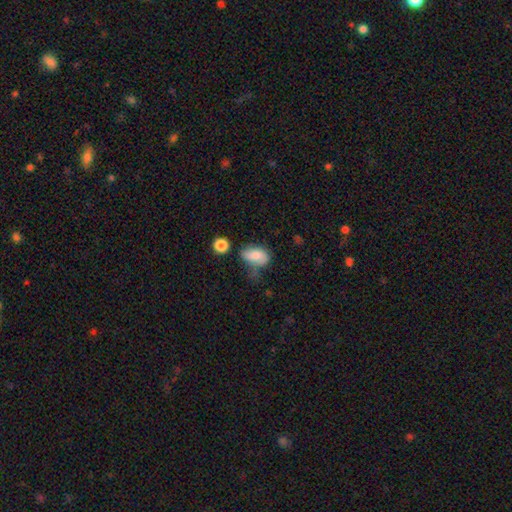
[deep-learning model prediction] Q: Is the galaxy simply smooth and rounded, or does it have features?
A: smooth — 75%.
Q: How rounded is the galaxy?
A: in between — 88%.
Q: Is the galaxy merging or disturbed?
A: none — 42%.